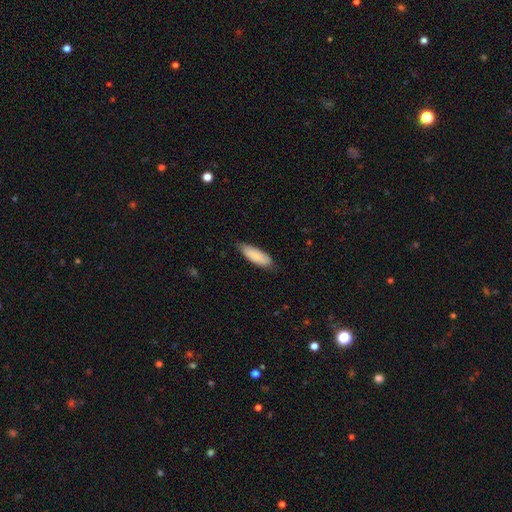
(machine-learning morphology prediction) A smooth galaxy with no disk features (86%) that is in between round and cigar-shaped (65%). Merging: none (75%).